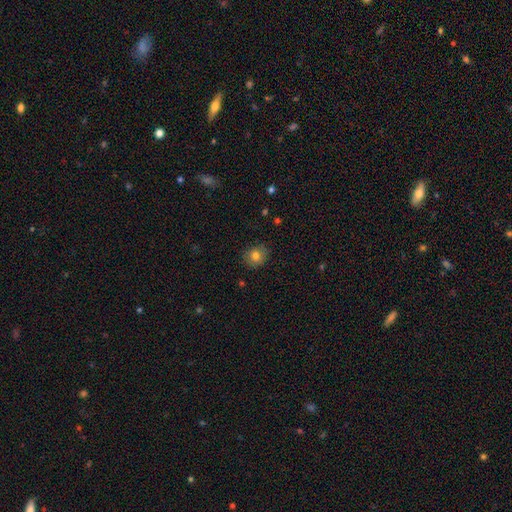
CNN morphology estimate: A smooth galaxy with no disk features (79%) that is round (82%). Merging: none (84%).